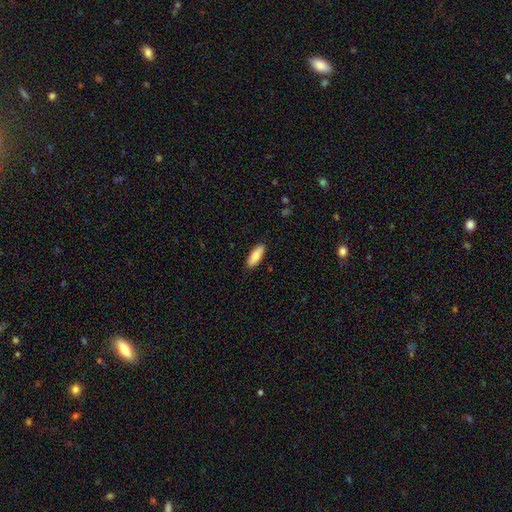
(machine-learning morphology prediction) Smooth or featured: smooth — 85% (featured or disk — 9%)
How rounded: in between — 69% (cigar-shaped — 30%)
Merging: none — 89% (minor disturbance — 8%)